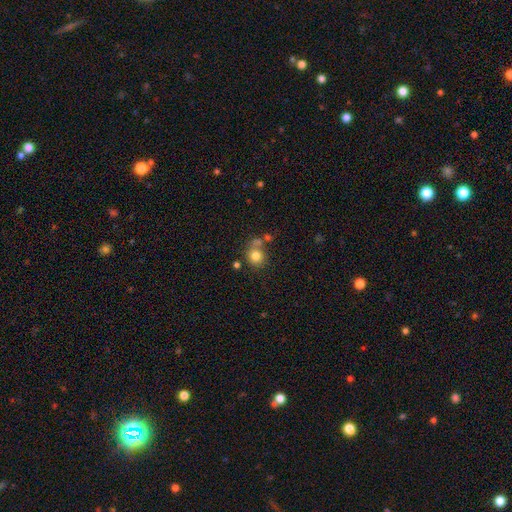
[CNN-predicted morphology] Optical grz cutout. It shows a smooth galaxy with no disk features (79%) that is round (83%). Merging: none (56%).